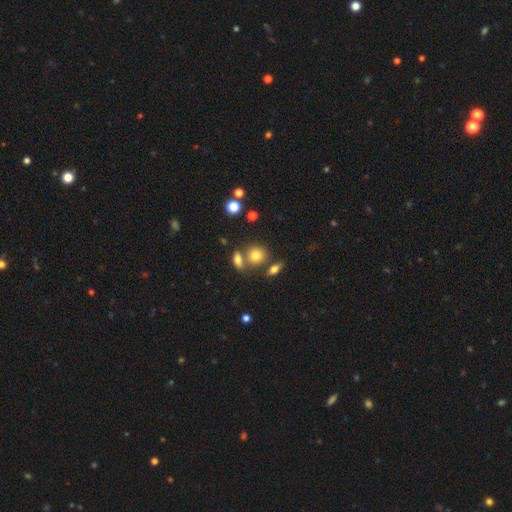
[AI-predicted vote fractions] The model was most divided on "merging": none: 59%, merger: 26%, minor disturbance: 11%, major disturbance: 4%. More confident: smooth or featured — smooth (77%); how rounded — round (68%).